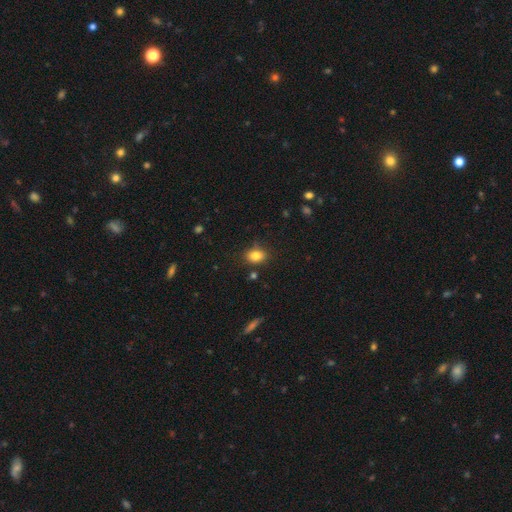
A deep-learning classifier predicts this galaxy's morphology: A smooth galaxy with no disk features (83%) that is in between round and cigar-shaped (67%).

Vote fractions:
- Smooth or featured? smooth: 83% / star or artifact: 10% / featured or disk: 7%
- How rounded? in between: 67% / round: 32% / cigar-shaped: 1%
- Merging? none: 81% / minor disturbance: 13% / major disturbance: 3% / merger: 3%